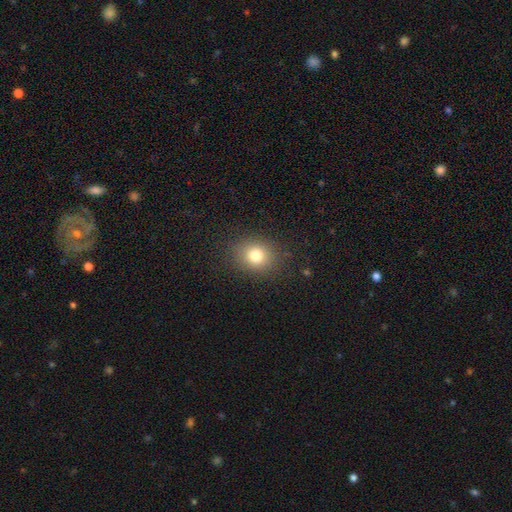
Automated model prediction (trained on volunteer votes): Smooth or featured? smooth (79%)
How rounded? round (64%)
Merging? none (87%)